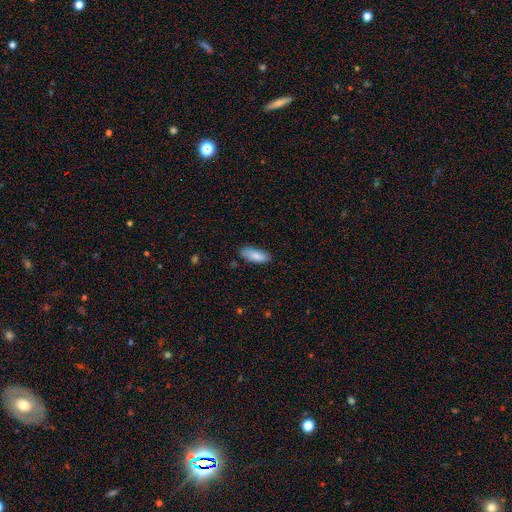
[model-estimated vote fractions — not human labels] smooth-or-featured: smooth: 84% | featured or disk: 10% | star or artifact: 6%
  how-rounded: in between: 78% | cigar-shaped: 20% | round: 2%
  merging: none: 78% | minor disturbance: 17% | major disturbance: 3% | merger: 2%